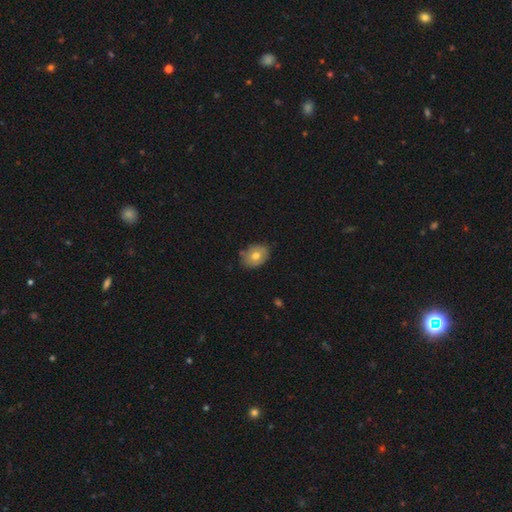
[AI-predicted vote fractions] The model was most divided on "how rounded": in between: 66%, round: 33%, cigar-shaped: 1%. More confident: merging — none (76%); smooth or featured — smooth (72%).